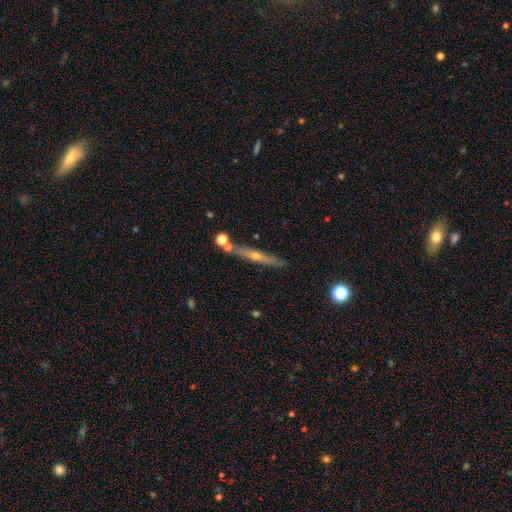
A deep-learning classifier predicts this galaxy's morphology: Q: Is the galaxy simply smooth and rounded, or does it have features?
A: featured or disk — 64%.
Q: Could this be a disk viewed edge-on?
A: yes — 93%.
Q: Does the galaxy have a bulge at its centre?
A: rounded — 75%.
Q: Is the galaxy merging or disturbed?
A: none — 81%.